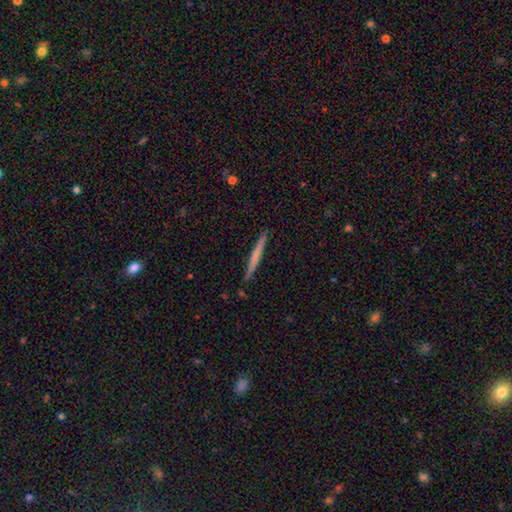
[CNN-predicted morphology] Smooth or featured: smooth — 54% (featured or disk — 41%)
How rounded: cigar-shaped — 97% (in between — 2%)
Merging: none — 91% (minor disturbance — 6%)